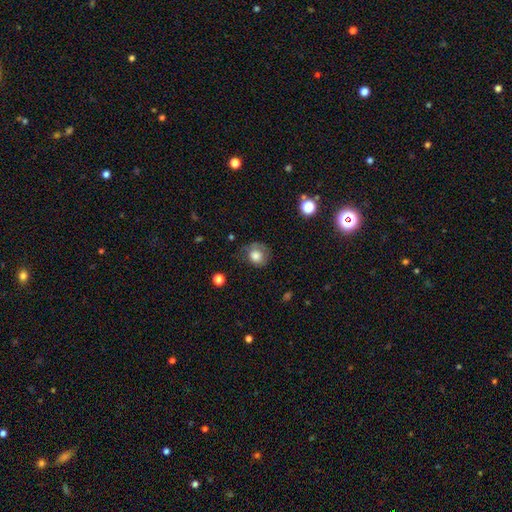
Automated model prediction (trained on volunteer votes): The model was most divided on "merging": none: 49%, minor disturbance: 29%, major disturbance: 21%, merger: 2%. More confident: how rounded — round (72%); smooth or featured — smooth (71%).